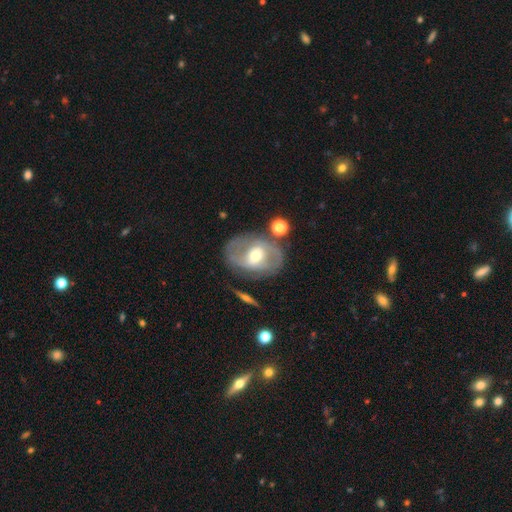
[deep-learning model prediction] Overall: featured or disk (69%). Edge-on disk: no (94%). Bar: weak (39%; no 38%). Spiral arms: yes (66%; no 34%). Bulge size: moderate (66%). Merging: none (67%).